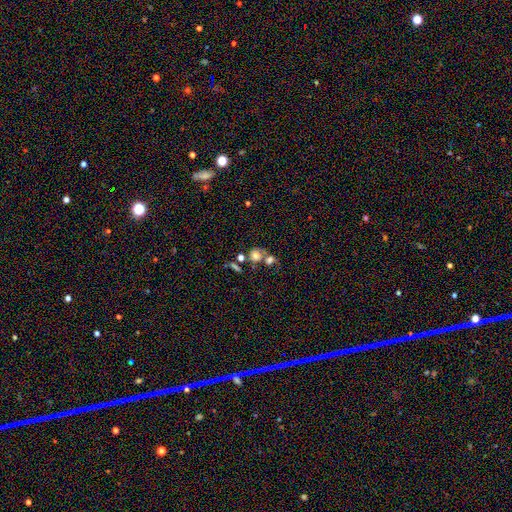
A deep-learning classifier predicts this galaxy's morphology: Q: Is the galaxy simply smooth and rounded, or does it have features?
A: smooth — 67%.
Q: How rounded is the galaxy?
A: round — 76%.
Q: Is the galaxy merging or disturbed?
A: merger — 47%.